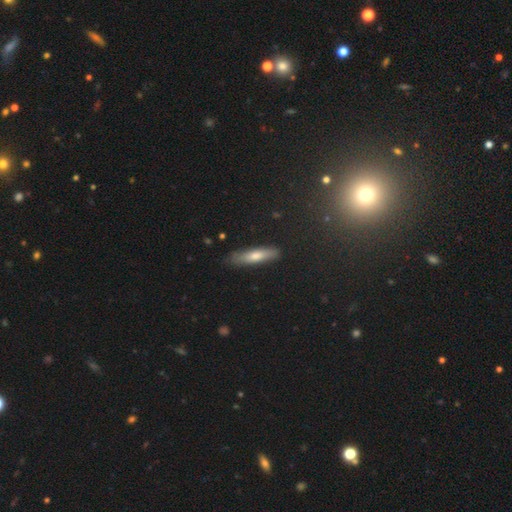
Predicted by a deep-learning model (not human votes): smooth 52%, featured or disk 35%, star or artifact 12%. Down the decision tree: how rounded — cigar-shaped (80%); merging — none (85%).